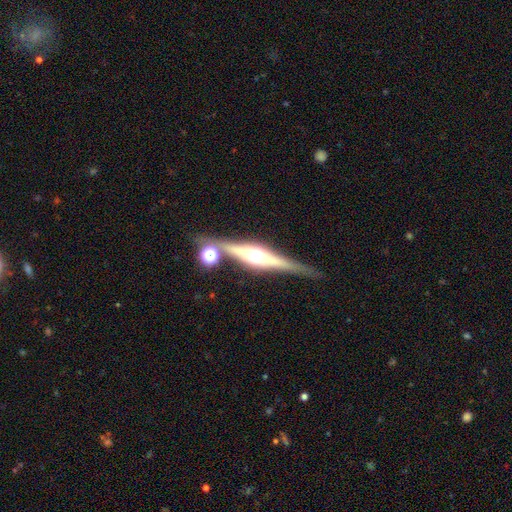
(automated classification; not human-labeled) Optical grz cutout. It shows a featured or disk galaxy (78%) viewed edge-on (97%) with a rounded central bulge (90%). Merging: none (77%).